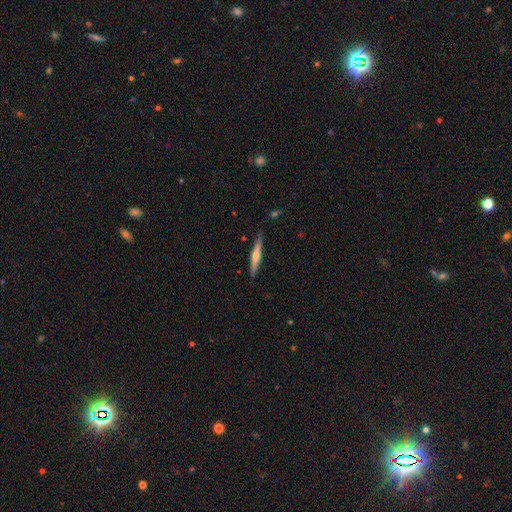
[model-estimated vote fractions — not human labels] Smooth or featured: featured or disk — 58% (smooth — 36%)
Edge-on disk: yes — 97% (no — 3%)
Edge-on bulge: rounded — 85% (none — 12%)
Merging: none — 87% (minor disturbance — 10%)